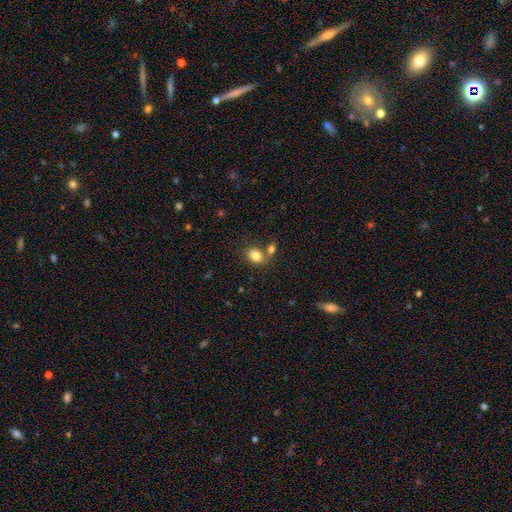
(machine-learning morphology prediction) Smooth or featured? Predicted: smooth (p=0.82). How rounded? Predicted: in between (p=0.59). Merging? Predicted: none (p=0.57).